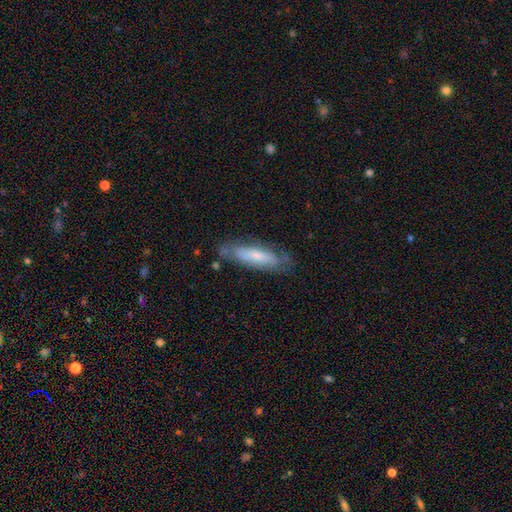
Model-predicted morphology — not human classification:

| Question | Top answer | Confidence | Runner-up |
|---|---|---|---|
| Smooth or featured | smooth | 50% | featured or disk (43%) |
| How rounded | cigar-shaped | 57% | in between (41%) |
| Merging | none | 68% | minor disturbance (22%) |